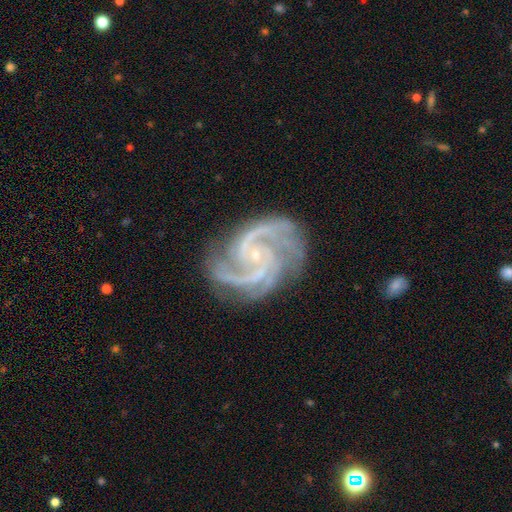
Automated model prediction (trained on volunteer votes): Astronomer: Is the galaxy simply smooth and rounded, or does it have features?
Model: featured or disk — 93%.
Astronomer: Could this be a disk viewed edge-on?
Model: no — 98%.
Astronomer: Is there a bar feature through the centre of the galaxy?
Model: no — 66%.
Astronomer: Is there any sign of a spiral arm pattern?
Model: yes — 99%.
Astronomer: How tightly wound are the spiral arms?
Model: medium — 56% (runner-up: tight, 36%).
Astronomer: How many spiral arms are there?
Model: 3 — 42% (runner-up: 2, 31%).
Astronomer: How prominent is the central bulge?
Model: small — 88%.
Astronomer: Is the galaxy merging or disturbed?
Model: none — 75%.